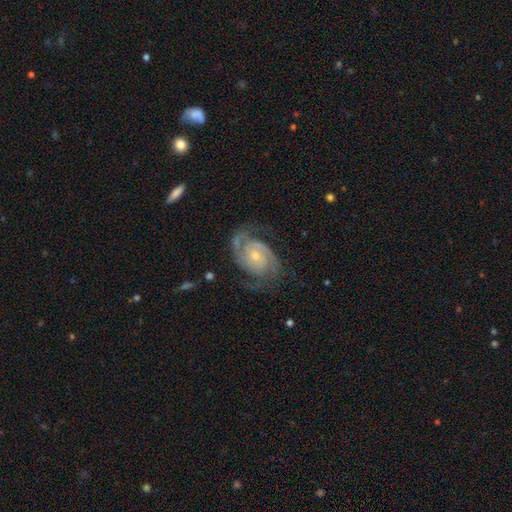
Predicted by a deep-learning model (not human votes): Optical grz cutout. It shows a featured or disk galaxy (90%) with no bar (72%), 2 (74%) tight (46%) spiral arms (97%) and a small central bulge (66%). Merging: none (71%).